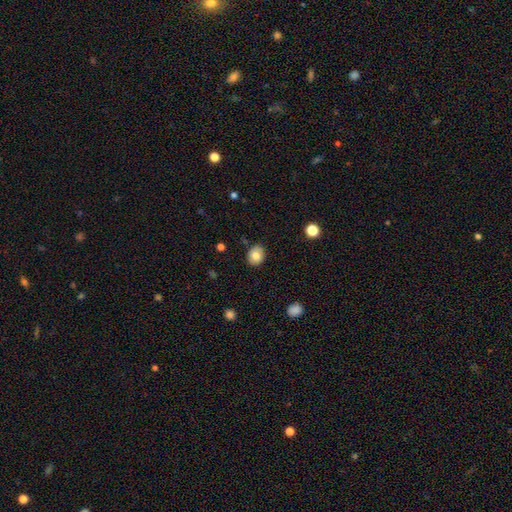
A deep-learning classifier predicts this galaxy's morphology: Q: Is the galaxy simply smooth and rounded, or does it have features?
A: smooth — 80%.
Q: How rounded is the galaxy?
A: round — 65%.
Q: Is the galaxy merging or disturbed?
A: none — 85%.